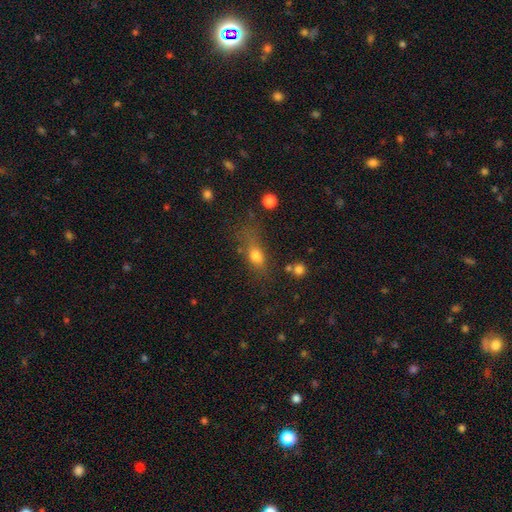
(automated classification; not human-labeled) This appears to be a smooth galaxy with no disk features (72%) that is in between round and cigar-shaped (64%). Merging: none (46%).